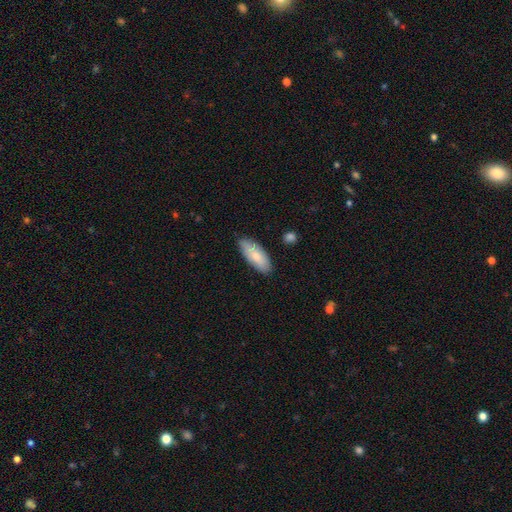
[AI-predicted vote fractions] A smooth galaxy with no disk features (81%) that is in between round and cigar-shaped (81%).

Vote fractions:
- Smooth or featured? smooth: 81% / featured or disk: 14% / star or artifact: 5%
- How rounded? in between: 81% / cigar-shaped: 17% / round: 2%
- Merging? none: 81% / minor disturbance: 15% / major disturbance: 2% / merger: 2%